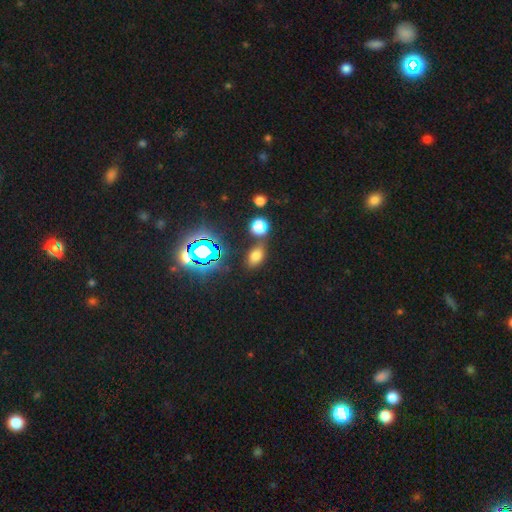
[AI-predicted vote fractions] Smooth or featured? Predicted: smooth (p=0.64). How rounded? Predicted: in between (p=0.79). Merging? Predicted: none (p=0.66).